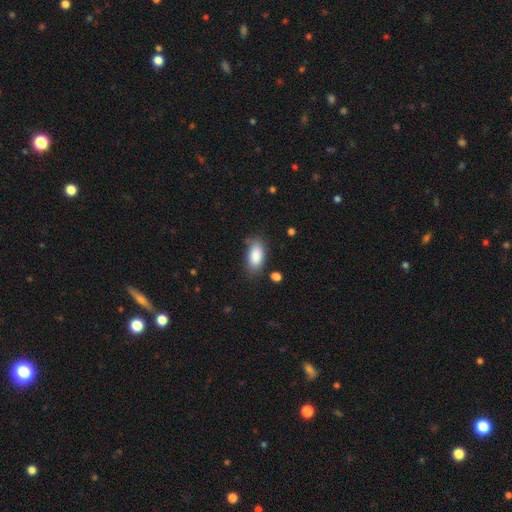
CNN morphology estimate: smooth 87%, star or artifact 7%, featured or disk 6%. Down the decision tree: how rounded — in between (91%); merging — none (77%).